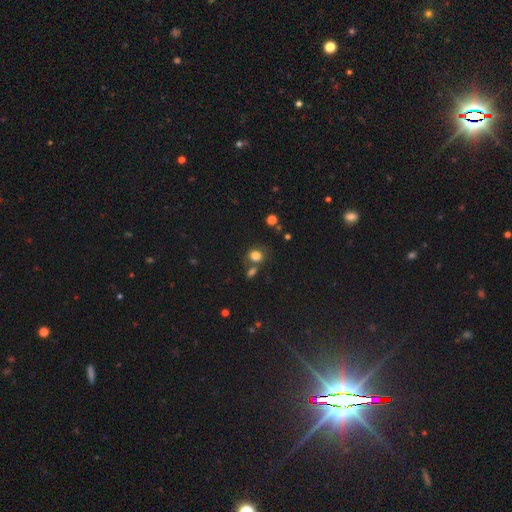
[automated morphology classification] Q: Smooth or featured?
A: smooth (79%); runner-up: star or artifact (14%)
Q: How rounded?
A: round (72%); runner-up: in between (27%)
Q: Merging?
A: none (61%); runner-up: merger (20%)